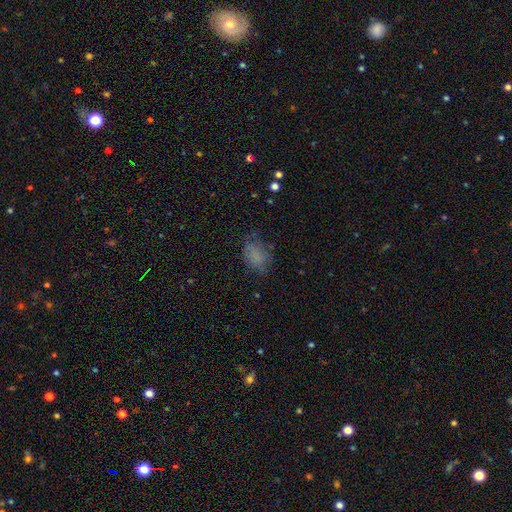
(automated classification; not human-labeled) Smooth or featured: smooth — 76% (star or artifact — 12%)
How rounded: in between — 81% (round — 18%)
Merging: none — 61% (minor disturbance — 25%)